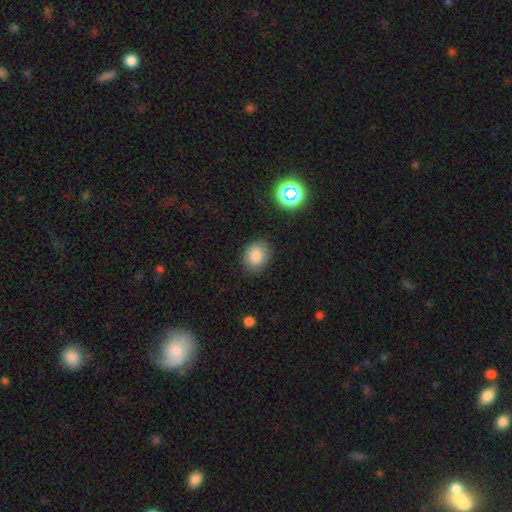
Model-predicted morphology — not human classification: smooth 82%, star or artifact 11%, featured or disk 7%. Down the decision tree: how rounded — round (57%); merging — none (82%).